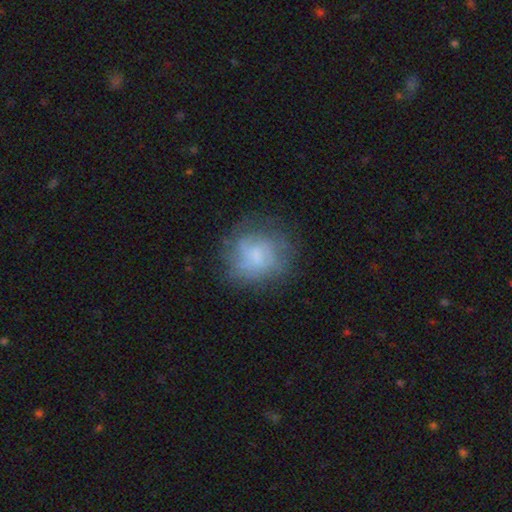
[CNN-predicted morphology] Smooth or featured?
  - smooth: 45% *
  - featured or disk: 44%
  - star or artifact: 10%
Merging?
  - none: 68% *
  - minor disturbance: 19%
  - major disturbance: 12%
  - merger: 1%